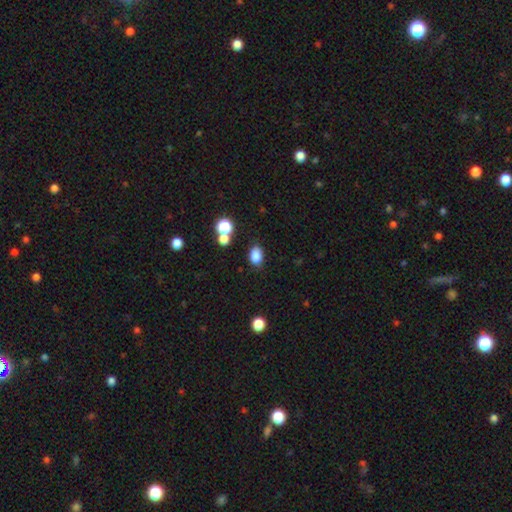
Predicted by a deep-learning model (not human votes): This is clearly a smooth galaxy (83%). How rounded: likely in between (78%). Merging: likely none (79%).